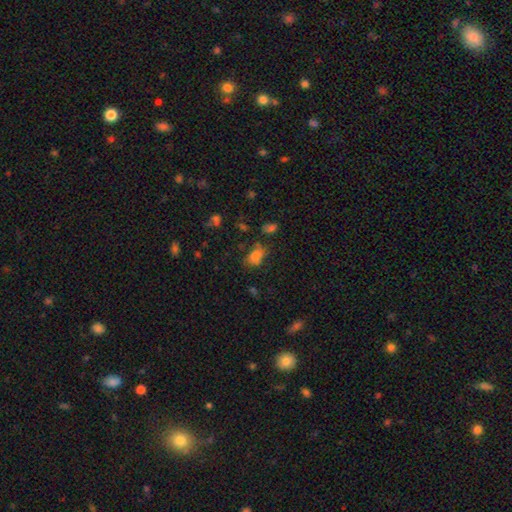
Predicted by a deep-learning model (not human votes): Q: Smooth or featured?
A: smooth (68%); runner-up: featured or disk (17%)
Q: How rounded?
A: in between (80%); runner-up: round (17%)
Q: Merging?
A: none (51%); runner-up: minor disturbance (26%)